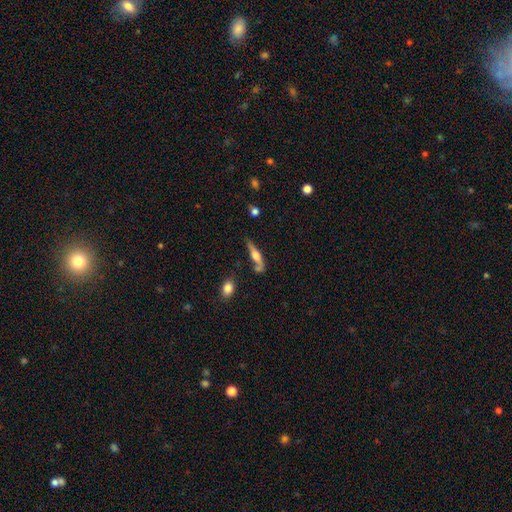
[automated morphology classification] smooth-or-featured: featured or disk: 53% | smooth: 40% | star or artifact: 7%
  disk-edge-on: yes: 89% | no: 11%
  merging: none: 60% | minor disturbance: 20% | merger: 12% | major disturbance: 7%